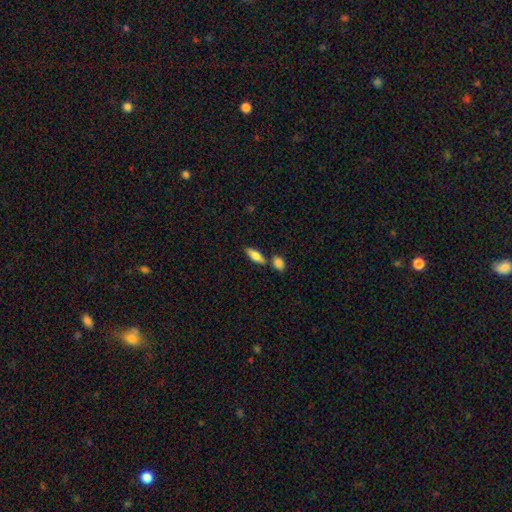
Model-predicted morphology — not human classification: Smooth or featured? Predicted: smooth (p=0.70). How rounded? Predicted: in between (p=0.61). Merging? Predicted: none (p=0.70).